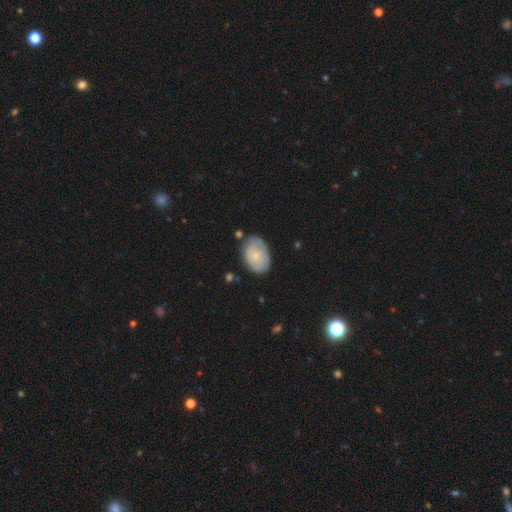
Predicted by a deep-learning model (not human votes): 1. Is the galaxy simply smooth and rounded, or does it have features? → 48% smooth, 46% featured or disk, 6% star or artifact.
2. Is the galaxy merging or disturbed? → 70% none, 22% minor disturbance, 5% major disturbance, 3% merger.